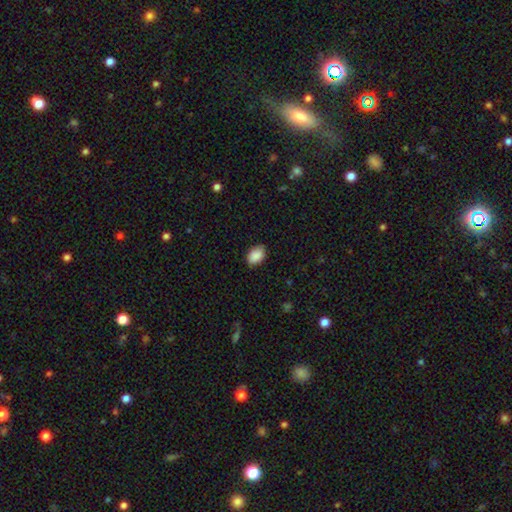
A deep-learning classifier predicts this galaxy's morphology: smooth 90%, star or artifact 7%, featured or disk 3%. Down the decision tree: how rounded — in between (88%); merging — none (84%).